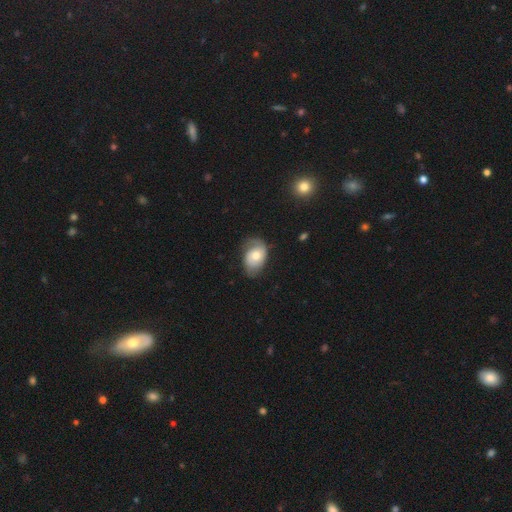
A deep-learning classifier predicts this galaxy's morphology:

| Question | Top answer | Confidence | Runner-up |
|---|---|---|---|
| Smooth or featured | smooth | 49% | featured or disk (44%) |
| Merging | none | 54% | minor disturbance (31%) |